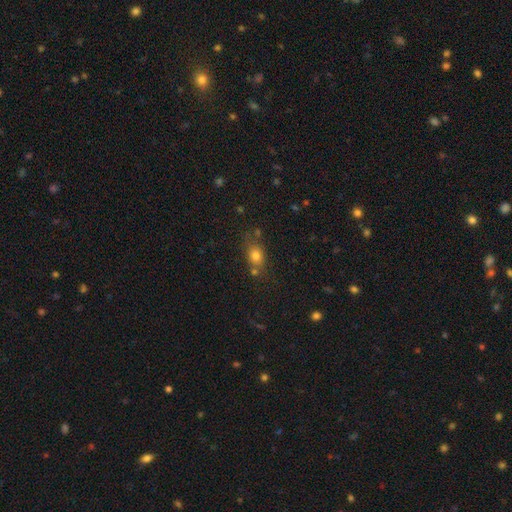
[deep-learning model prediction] Smooth or featured? smooth (77%)
How rounded? in between (56%)
Merging? none (60%)